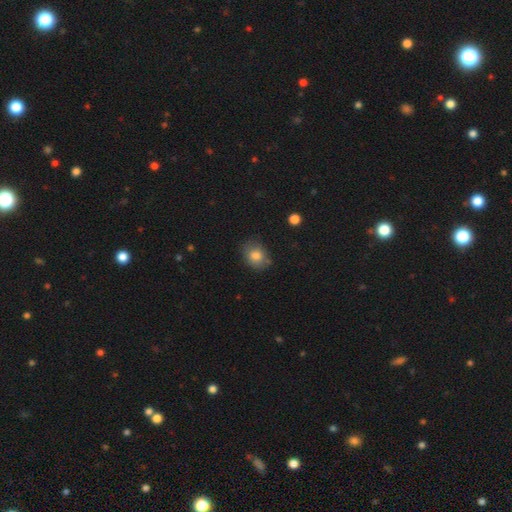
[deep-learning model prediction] The model was most divided on "how rounded": in between: 50%, round: 49%, cigar-shaped: 1%. More confident: smooth or featured — smooth (82%); merging — none (71%).